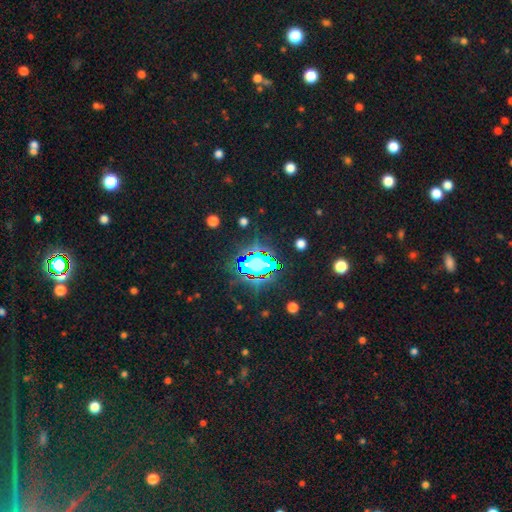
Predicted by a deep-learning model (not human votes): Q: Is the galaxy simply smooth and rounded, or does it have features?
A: star or artifact — 64%.